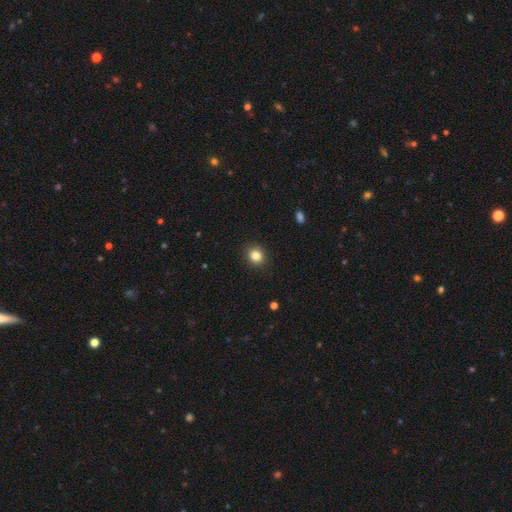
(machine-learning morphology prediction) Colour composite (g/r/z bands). It shows a smooth galaxy with no disk features (84%) that is round (72%). Merging: none (89%).